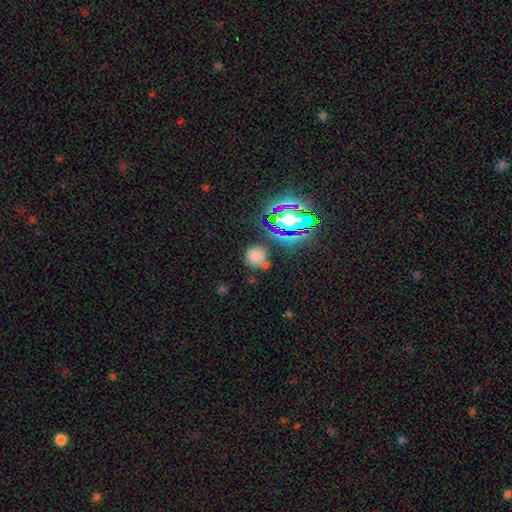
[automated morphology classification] smooth-or-featured: smooth: 68% | star or artifact: 24% | featured or disk: 8%
  how-rounded: round: 88% | in between: 11% | cigar-shaped: 1%
  merging: none: 63% | minor disturbance: 16% | merger: 14% | major disturbance: 7%